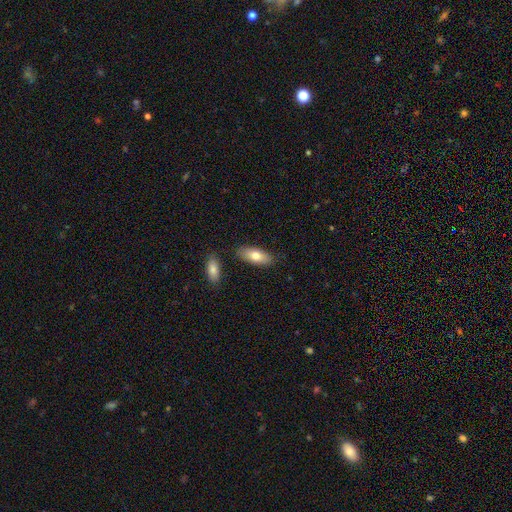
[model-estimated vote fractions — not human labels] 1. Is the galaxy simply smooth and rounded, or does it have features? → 77% smooth, 17% featured or disk, 6% star or artifact.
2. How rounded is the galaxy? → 80% in between, 17% cigar-shaped, 3% round.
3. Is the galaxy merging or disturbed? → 83% none, 11% minor disturbance, 4% merger, 2% major disturbance.